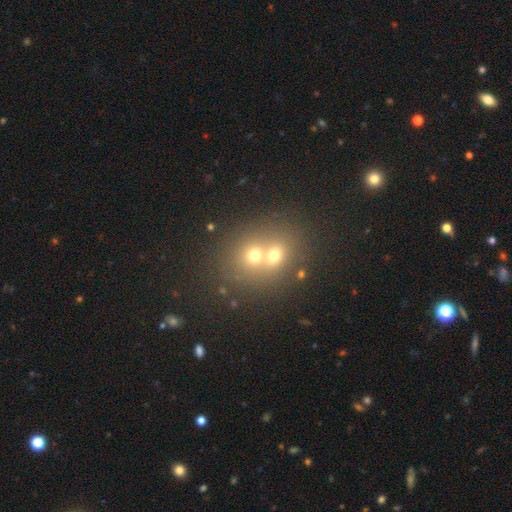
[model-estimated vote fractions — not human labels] Smooth or featured? Predicted: smooth (p=0.62). How rounded? Predicted: round (p=0.72). Merging? Predicted: merger (p=0.64).